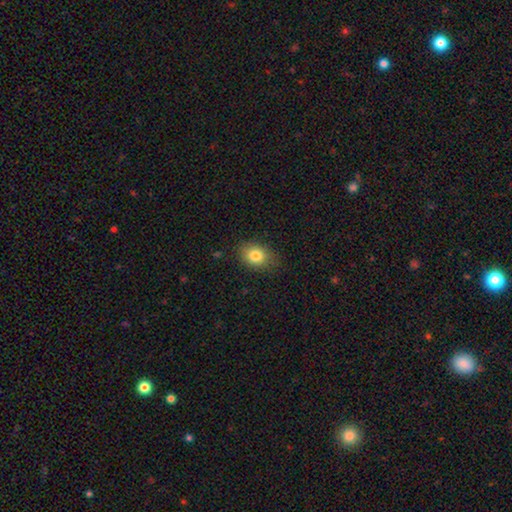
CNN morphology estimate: Smooth or featured?
  - smooth: 82% *
  - star or artifact: 10%
  - featured or disk: 8%
How rounded?
  - in between: 63% *
  - round: 36%
  - cigar-shaped: 1%
Merging?
  - none: 81% *
  - minor disturbance: 14%
  - major disturbance: 3%
  - merger: 1%